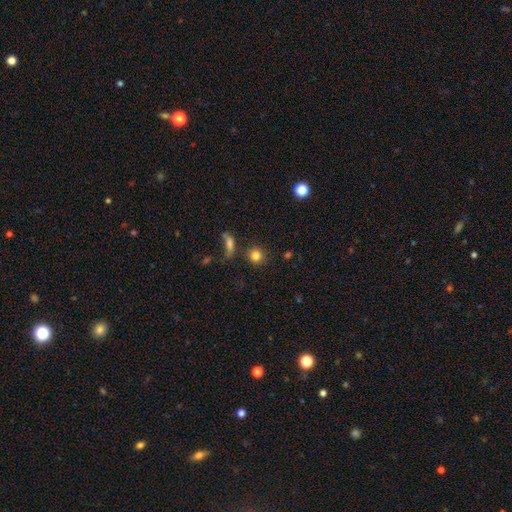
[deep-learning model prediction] smooth-or-featured: smooth: 82% | star or artifact: 12% | featured or disk: 7%
  how-rounded: round: 89% | in between: 9% | cigar-shaped: 1%
  merging: none: 80% | minor disturbance: 9% | merger: 7% | major disturbance: 4%